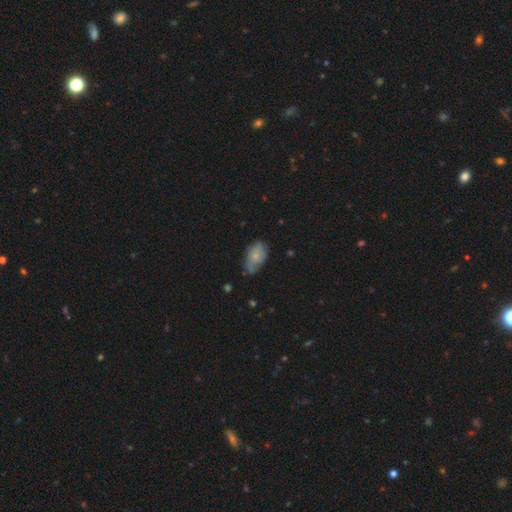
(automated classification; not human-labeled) Q: Smooth or featured?
A: smooth (62%); runner-up: featured or disk (31%)
Q: How rounded?
A: in between (92%); runner-up: round (6%)
Q: Merging?
A: none (56%); runner-up: minor disturbance (33%)